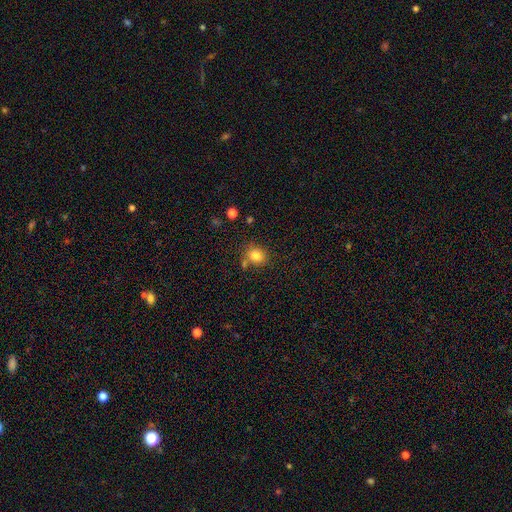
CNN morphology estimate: Smooth or featured? smooth (82%)
How rounded? round (66%)
Merging? none (70%)